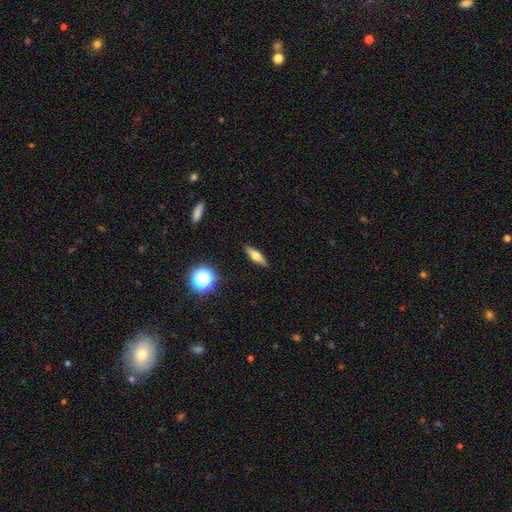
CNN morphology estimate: This appears to be a smooth galaxy with no disk features (47%). Merging: none (89%).